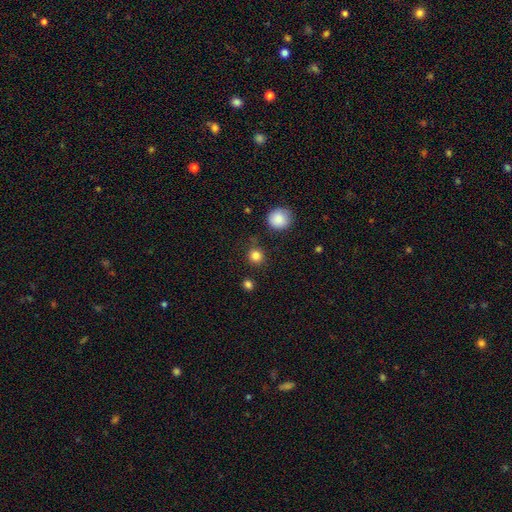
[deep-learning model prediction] smooth-or-featured: smooth: 83% | star or artifact: 12% | featured or disk: 4%
  how-rounded: round: 92% | in between: 7% | cigar-shaped: 1%
  merging: none: 85% | minor disturbance: 8% | merger: 4% | major disturbance: 3%